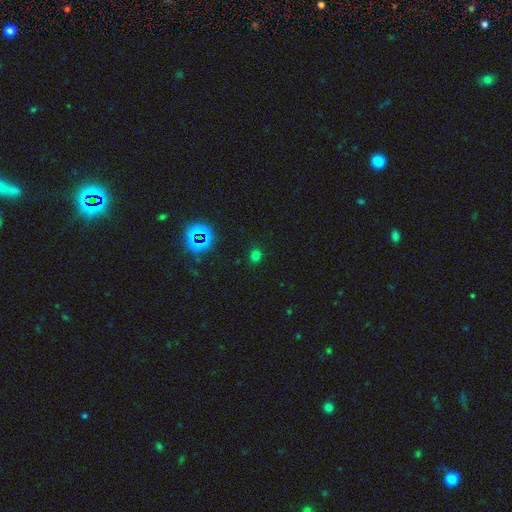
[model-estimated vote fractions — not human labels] Smooth or featured? Predicted: smooth (p=0.65). How rounded? Predicted: round (p=0.70). Merging? Predicted: none (p=0.86).